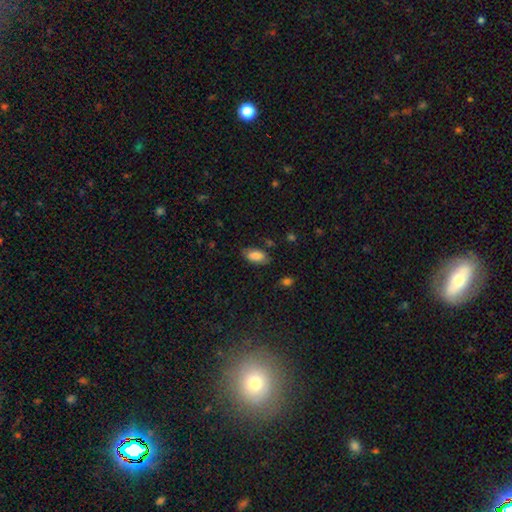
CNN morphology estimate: Smooth or featured? Predicted: smooth (p=0.80). How rounded? Predicted: in between (p=0.92). Merging? Predicted: none (p=0.77).